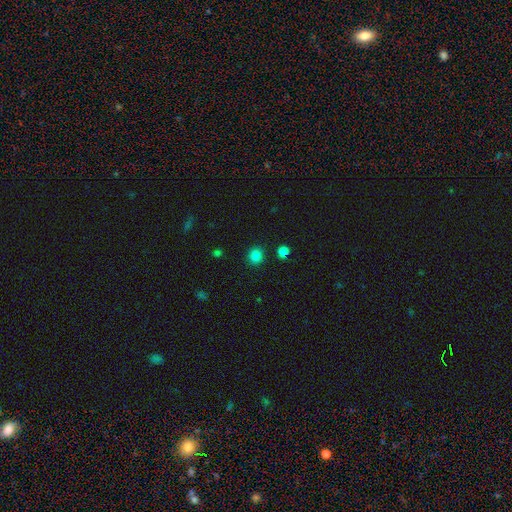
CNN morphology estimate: This appears to be a smooth galaxy with no disk features (83%) that is round (87%). Merging: none (90%).